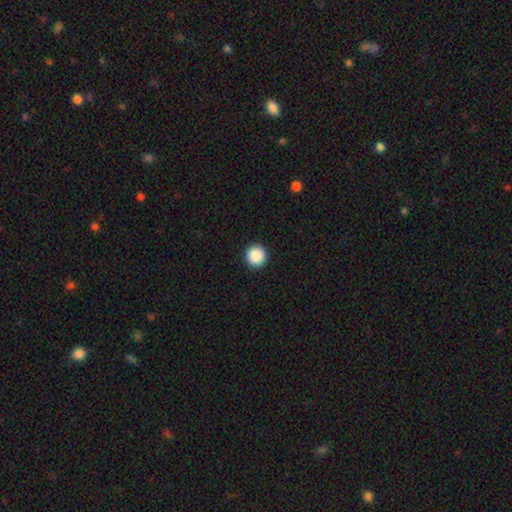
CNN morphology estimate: This is clearly a smooth galaxy (89%). How rounded: clearly round (96%). Merging: clearly none (94%).